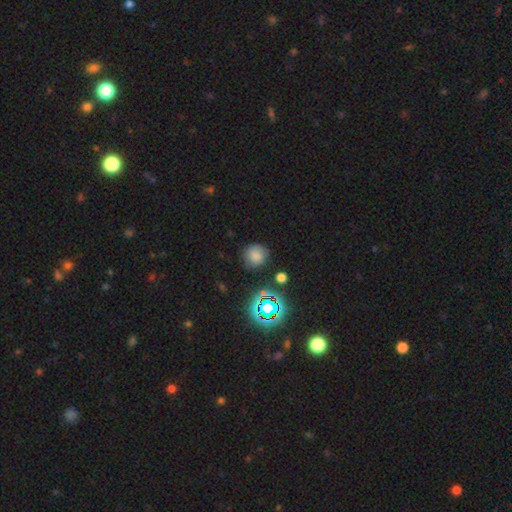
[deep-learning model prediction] smooth-or-featured: smooth: 70% | star or artifact: 19% | featured or disk: 11%
  how-rounded: round: 85% | in between: 14% | cigar-shaped: 1%
  merging: none: 77% | minor disturbance: 15% | major disturbance: 5% | merger: 3%